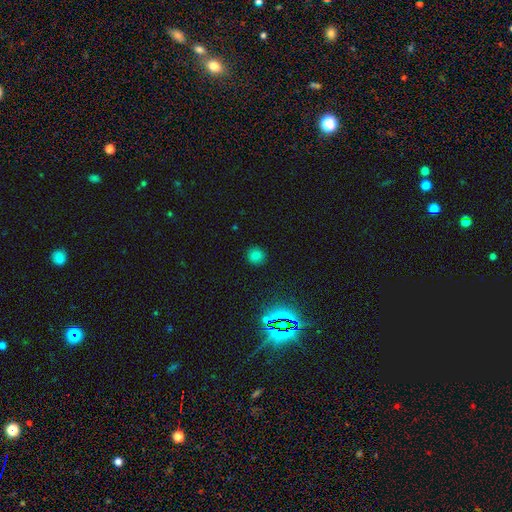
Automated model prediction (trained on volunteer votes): Smooth or featured? Predicted: smooth (p=0.71). How rounded? Predicted: round (p=0.92). Merging? Predicted: none (p=0.89).